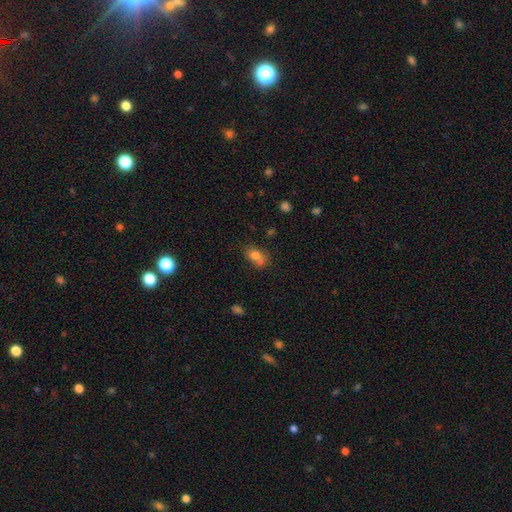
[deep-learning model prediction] Smooth or featured: smooth — 77% (featured or disk — 13%)
How rounded: in between — 78% (round — 19%)
Merging: none — 52% (minor disturbance — 23%)